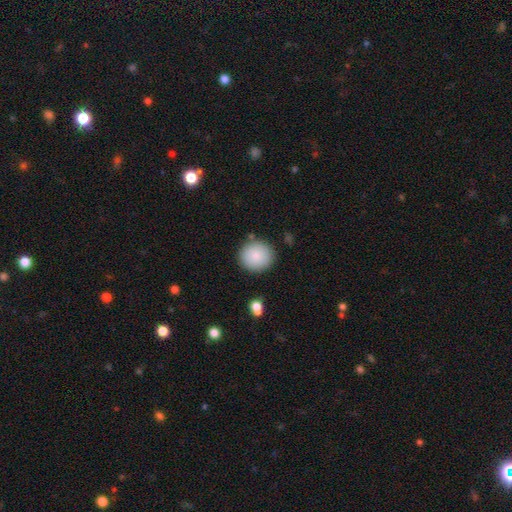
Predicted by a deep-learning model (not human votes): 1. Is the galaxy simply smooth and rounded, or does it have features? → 86% smooth, 8% star or artifact, 6% featured or disk.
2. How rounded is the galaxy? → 91% round, 8% in between, 1% cigar-shaped.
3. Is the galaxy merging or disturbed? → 86% none, 8% minor disturbance, 3% merger, 3% major disturbance.